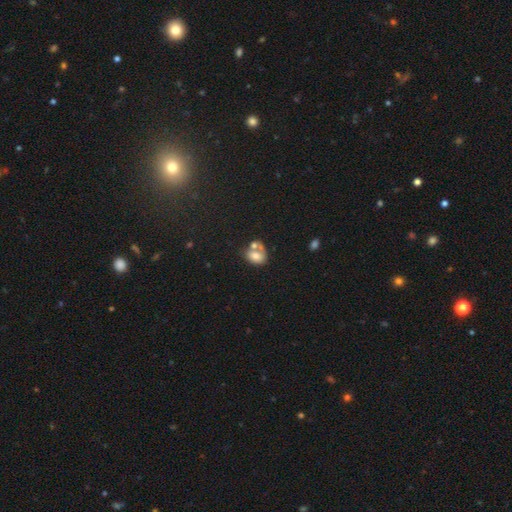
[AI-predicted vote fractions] Overall: smooth (68%). How rounded: in between (69%; round 30%). Merging: merger (51%; none 27%).